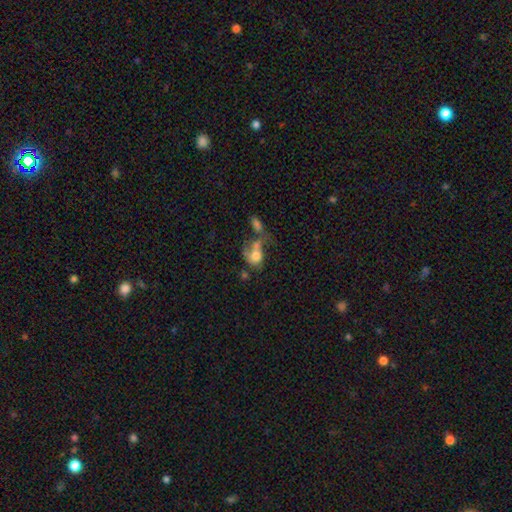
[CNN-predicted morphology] Smooth or featured: smooth — 59% (featured or disk — 31%)
How rounded: in between — 59% (round — 39%)
Merging: merger — 47% (major disturbance — 23%)